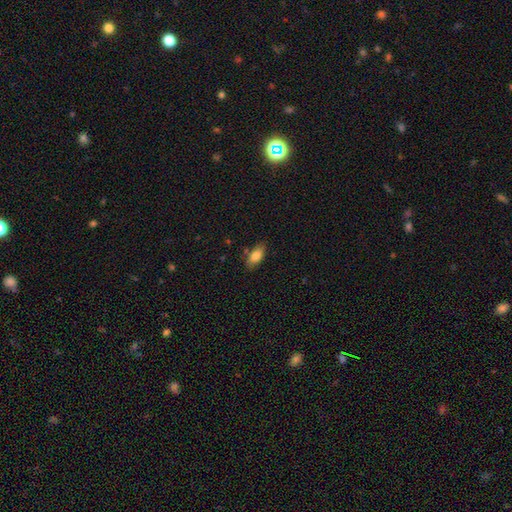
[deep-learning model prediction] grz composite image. It shows a smooth galaxy with no disk features (82%) that is in between round and cigar-shaped (88%). Merging: none (79%).